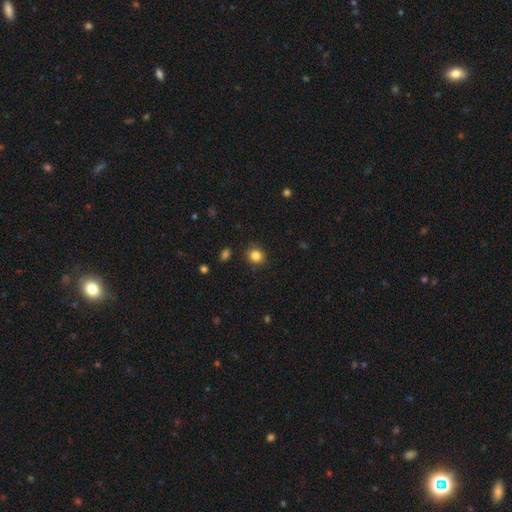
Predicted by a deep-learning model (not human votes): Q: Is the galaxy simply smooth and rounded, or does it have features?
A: smooth — 84%.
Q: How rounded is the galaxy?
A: round — 84%.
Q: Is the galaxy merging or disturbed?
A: none — 87%.